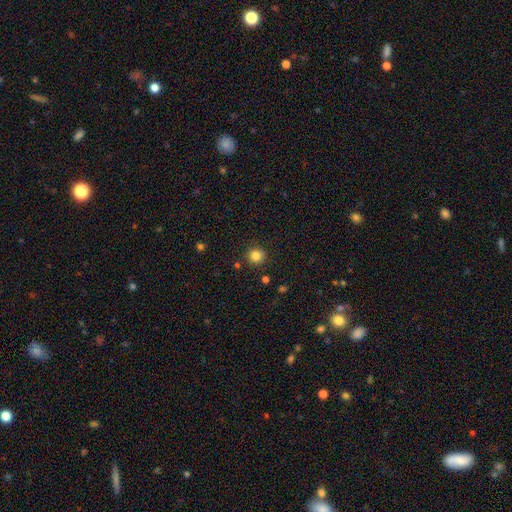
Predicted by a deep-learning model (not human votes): This appears to be a smooth galaxy with no disk features (83%) that is round (93%). Merging: none (89%).